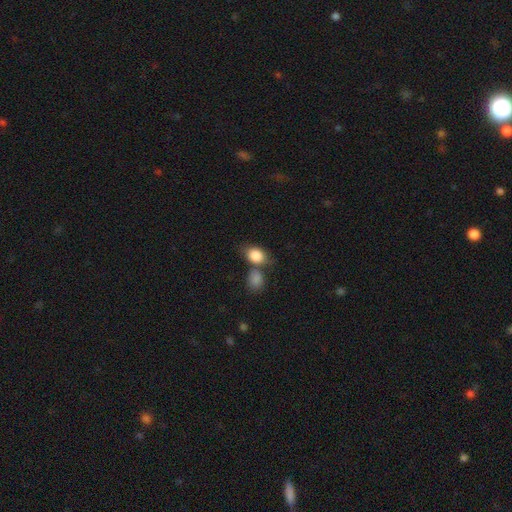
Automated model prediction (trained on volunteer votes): Smooth or featured: smooth — 86% (star or artifact — 7%)
How rounded: in between — 72% (round — 26%)
Merging: none — 46% (merger — 33%)